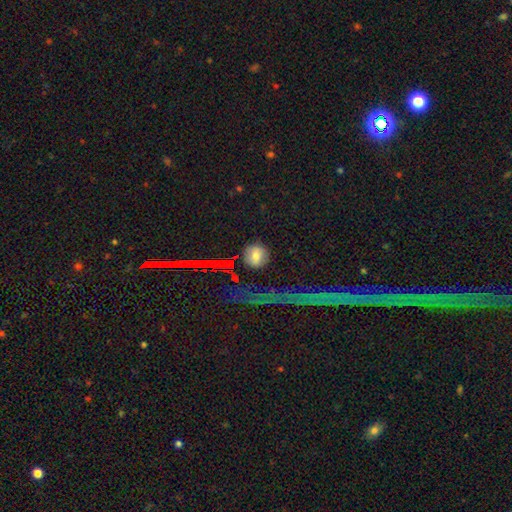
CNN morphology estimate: Smooth or featured?
  - smooth: 69% *
  - featured or disk: 17%
  - star or artifact: 15%
How rounded?
  - round: 86% *
  - in between: 12%
  - cigar-shaped: 2%
Merging?
  - none: 80% *
  - minor disturbance: 11%
  - major disturbance: 5%
  - merger: 3%